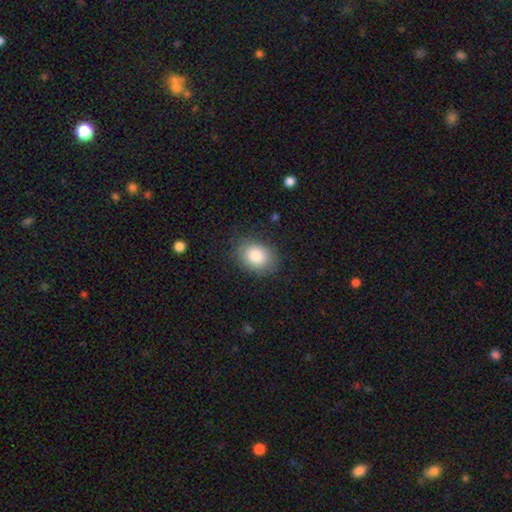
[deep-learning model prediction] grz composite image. It shows a smooth galaxy with no disk features (84%) that is in between round and cigar-shaped (60%). Merging: none (79%).